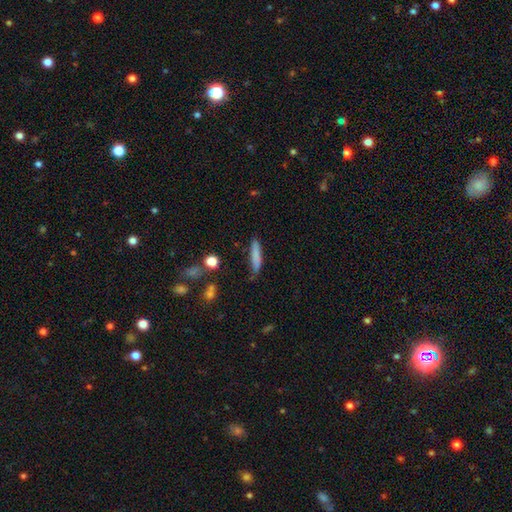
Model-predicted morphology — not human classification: A smooth galaxy with no disk features (79%) that is cigar-shaped (86%). Merging: none (77%).